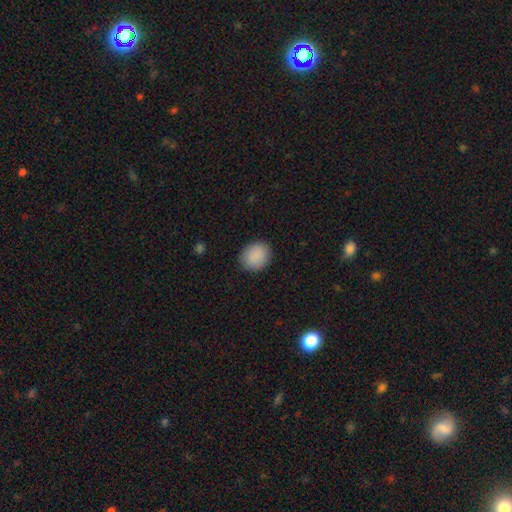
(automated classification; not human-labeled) Smooth or featured? Predicted: smooth (p=0.90). How rounded? Predicted: round (p=0.56). Merging? Predicted: none (p=0.87).